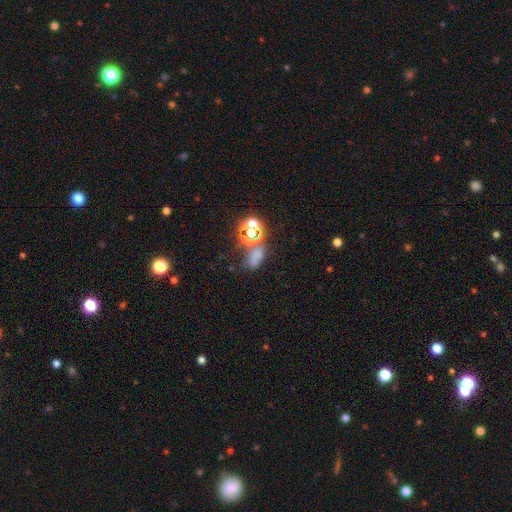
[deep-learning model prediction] The model was most divided on "smooth or featured": smooth: 49%, star or artifact: 39%, featured or disk: 13%. Remaining: merging — none (45%).